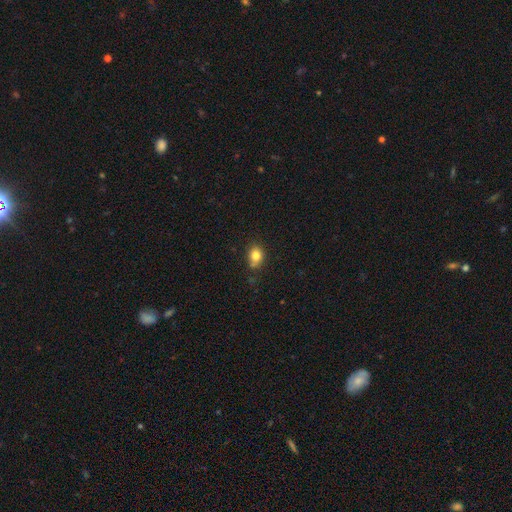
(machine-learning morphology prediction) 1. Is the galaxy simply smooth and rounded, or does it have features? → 80% smooth, 11% star or artifact, 9% featured or disk.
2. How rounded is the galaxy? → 54% round, 45% in between, 1% cigar-shaped.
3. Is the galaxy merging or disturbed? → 65% none, 23% minor disturbance, 7% merger, 5% major disturbance.